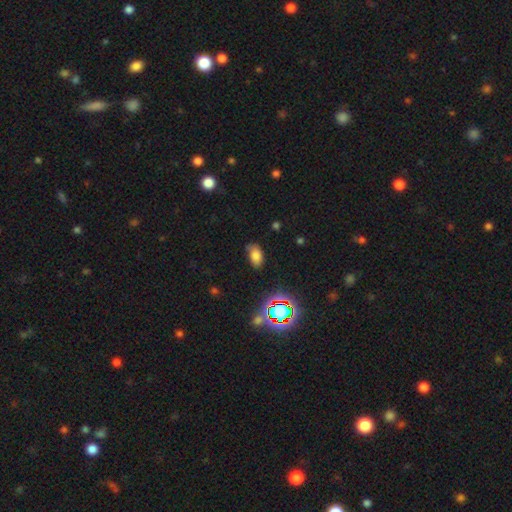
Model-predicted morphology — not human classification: The model was most divided on "merging": none: 69%, minor disturbance: 23%, major disturbance: 6%, merger: 2%. More confident: how rounded — in between (91%); smooth or featured — smooth (73%).